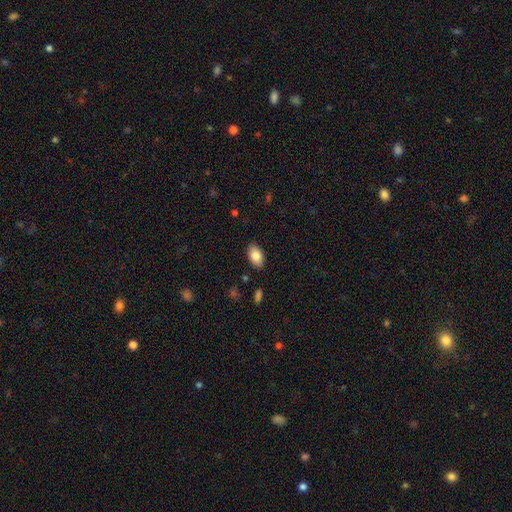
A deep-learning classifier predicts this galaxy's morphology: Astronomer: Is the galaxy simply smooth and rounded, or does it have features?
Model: smooth — 84%.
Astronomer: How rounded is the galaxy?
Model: in between — 92%.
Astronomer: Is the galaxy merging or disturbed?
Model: none — 87%.